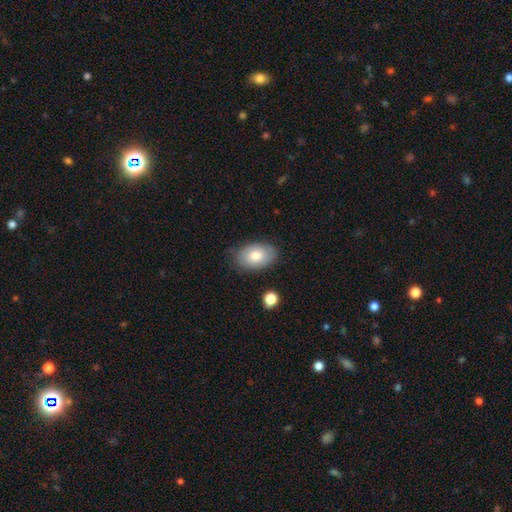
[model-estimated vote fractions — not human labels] Smooth or featured: smooth — 74% (featured or disk — 19%)
How rounded: in between — 90% (round — 9%)
Merging: none — 77% (minor disturbance — 17%)